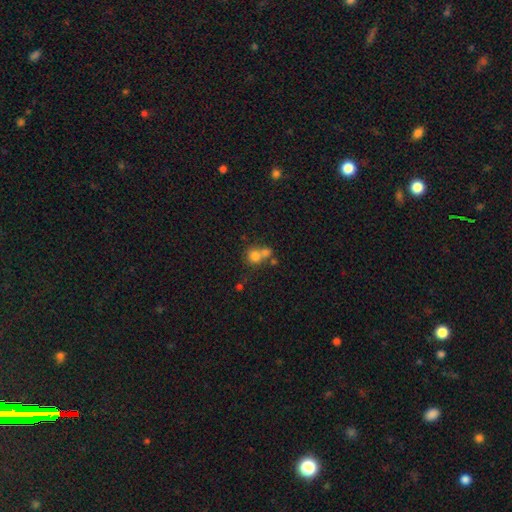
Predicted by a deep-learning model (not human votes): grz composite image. It shows a smooth galaxy with no disk features (75%) that is round (78%). Merging: merger (51%).